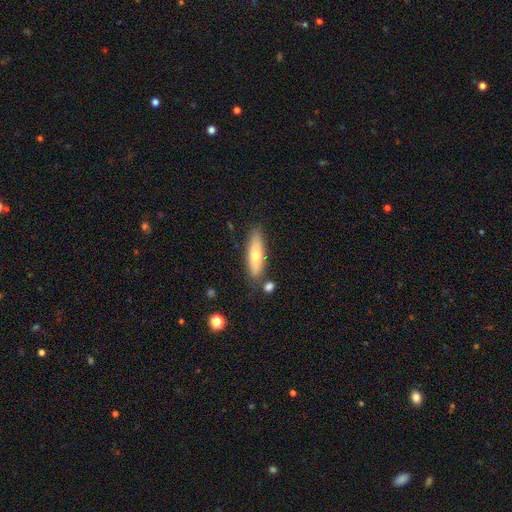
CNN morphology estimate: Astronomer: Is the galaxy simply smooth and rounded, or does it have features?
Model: smooth — 63%.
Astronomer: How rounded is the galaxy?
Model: cigar-shaped — 60% (runner-up: in between, 38%).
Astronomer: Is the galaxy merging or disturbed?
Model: none — 79%.